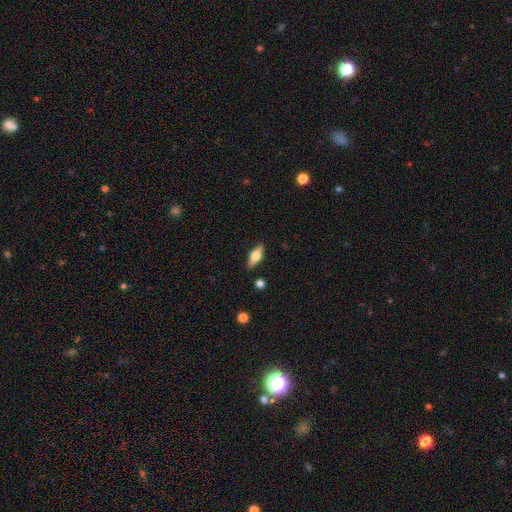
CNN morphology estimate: A smooth galaxy with no disk features (52%) that is in between round and cigar-shaped (69%). Merging: none (87%).